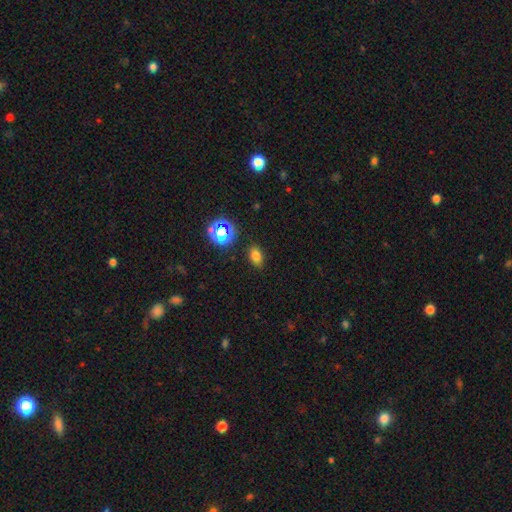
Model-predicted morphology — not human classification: Overall: smooth (76%). How rounded: in between (79%). Merging: none (86%).